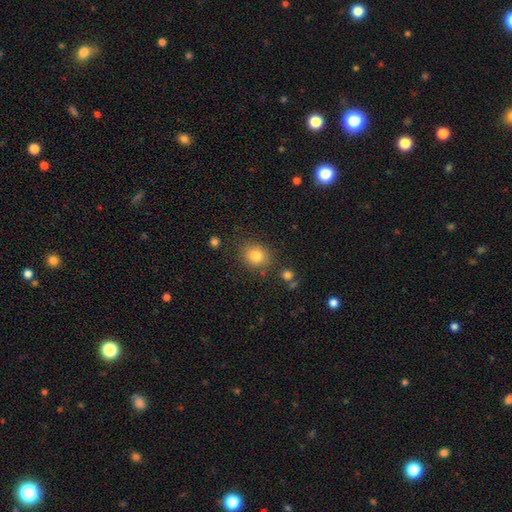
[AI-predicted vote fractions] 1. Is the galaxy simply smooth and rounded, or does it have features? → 81% smooth, 12% star or artifact, 8% featured or disk.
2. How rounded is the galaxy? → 73% round, 26% in between, 1% cigar-shaped.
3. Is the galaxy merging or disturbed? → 83% none, 10% minor disturbance, 4% merger, 3% major disturbance.